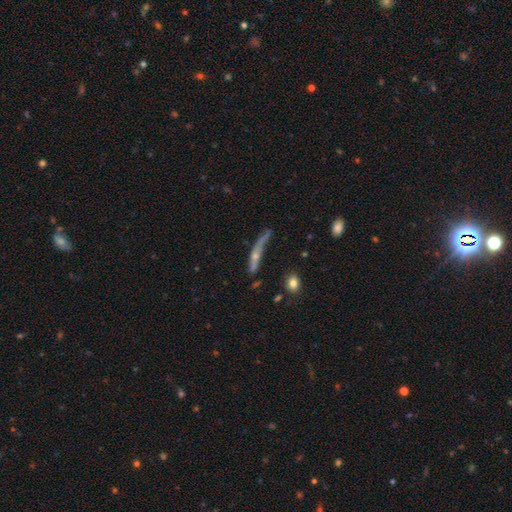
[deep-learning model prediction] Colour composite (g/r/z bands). It shows a featured or disk galaxy (51%) viewed edge-on (76%). Merging: none (39%).